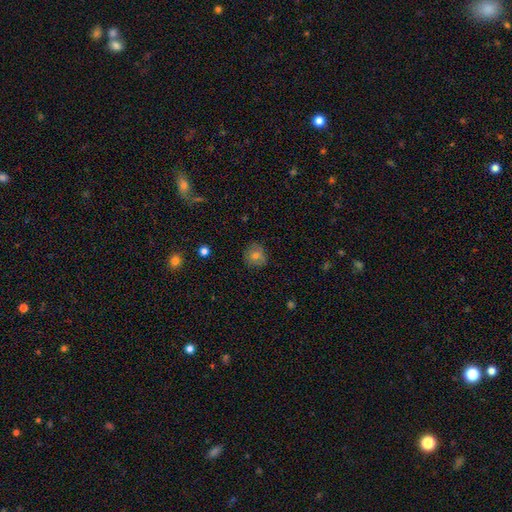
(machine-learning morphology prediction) The model was most divided on "smooth or featured": smooth: 74%, featured or disk: 15%, star or artifact: 11%. More confident: how rounded — round (86%); merging — none (81%).